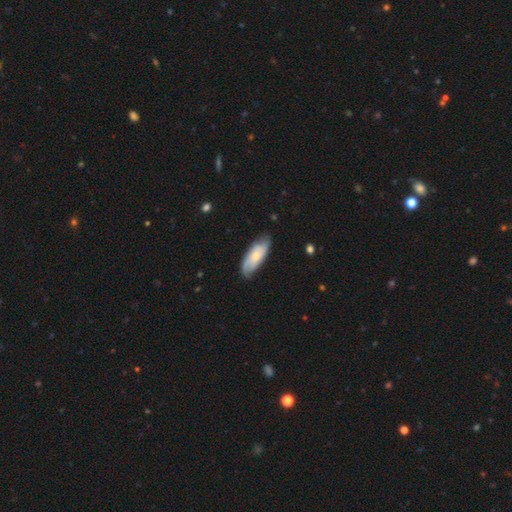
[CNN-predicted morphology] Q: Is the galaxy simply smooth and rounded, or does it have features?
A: smooth — 48%.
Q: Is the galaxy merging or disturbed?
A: none — 73%.